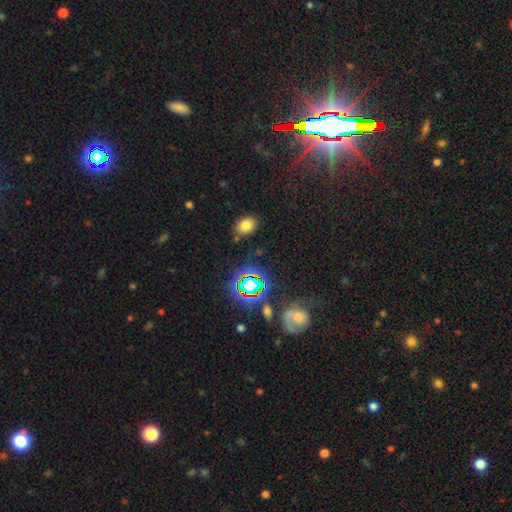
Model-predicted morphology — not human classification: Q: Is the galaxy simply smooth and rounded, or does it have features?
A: star or artifact — 69%.